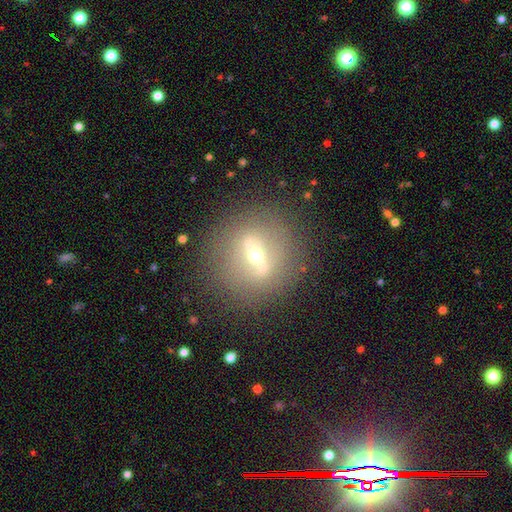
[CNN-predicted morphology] type=featured or disk (74%); edge-on=no (57%); merging=none (84%).